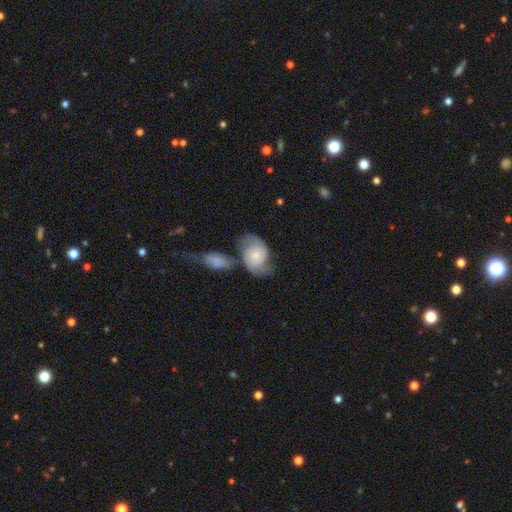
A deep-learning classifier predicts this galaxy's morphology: This appears to be a featured or disk galaxy (60%) with no bar (73%), 2 (82%) medium (44%) spiral arms (88%) and a small central bulge (58%). Merging: none (39%).